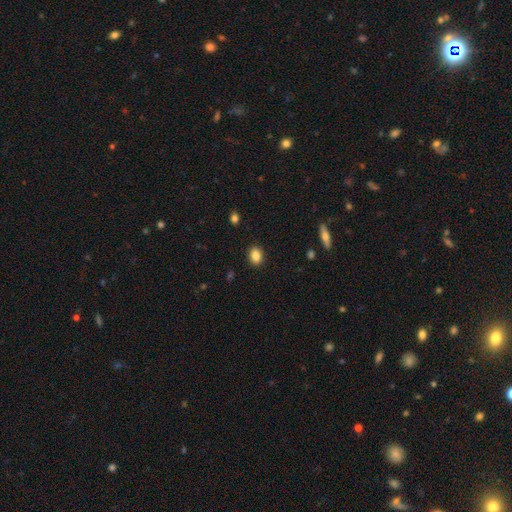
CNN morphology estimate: smooth_or_featured: smooth (p=0.86) [alt: star or artifact p=0.09]
how_rounded: in between (p=0.65) [alt: round p=0.34]
merging: none (p=0.89) [alt: minor disturbance p=0.07]